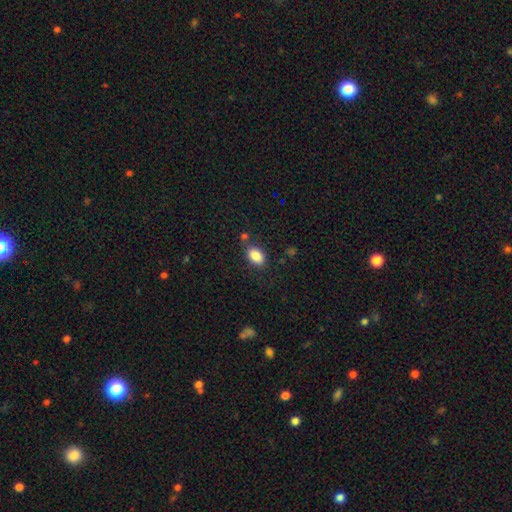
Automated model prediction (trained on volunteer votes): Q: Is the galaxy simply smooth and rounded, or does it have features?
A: smooth — 86%.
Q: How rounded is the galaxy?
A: in between — 87%.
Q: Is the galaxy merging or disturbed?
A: none — 75%.